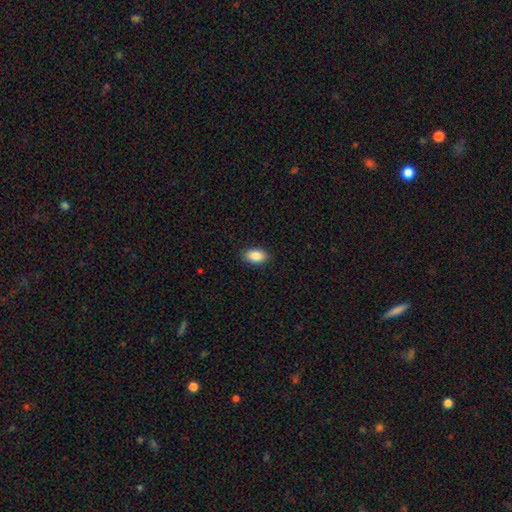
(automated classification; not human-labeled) Smooth or featured: smooth — 88% (star or artifact — 7%)
How rounded: in between — 91% (round — 7%)
Merging: none — 88% (minor disturbance — 9%)